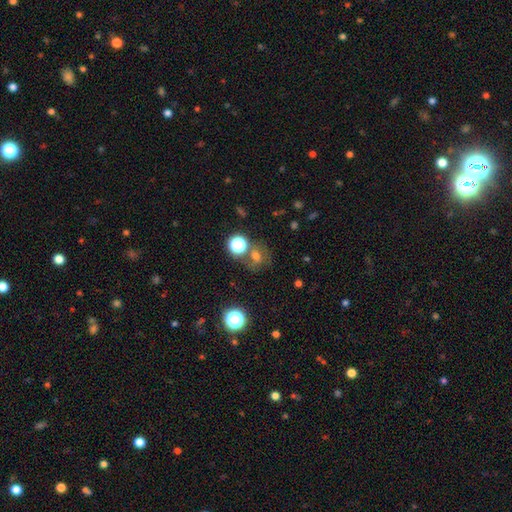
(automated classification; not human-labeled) Smooth or featured? Predicted: smooth (p=0.55). How rounded? Predicted: round (p=0.71). Merging? Predicted: none (p=0.59).